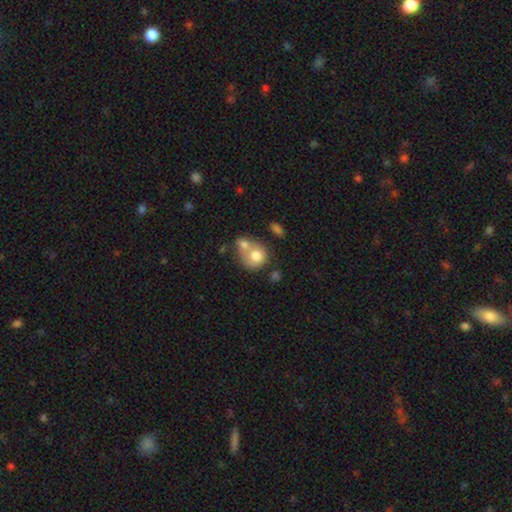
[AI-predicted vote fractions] This is likely a smooth galaxy (73%). How rounded: likely round (73%). Merging: likely merger (60%).